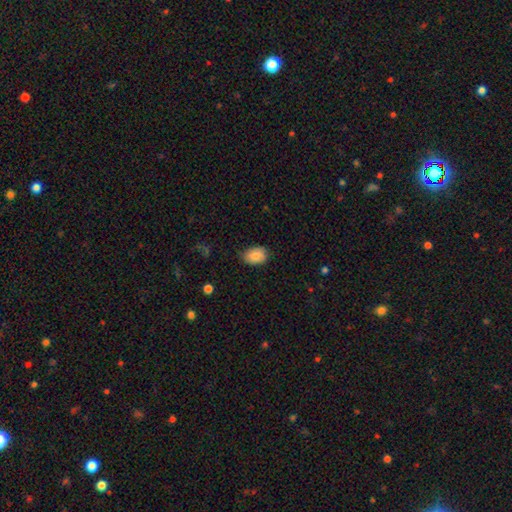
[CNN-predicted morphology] Q: Smooth or featured?
A: smooth (85%); runner-up: featured or disk (8%)
Q: How rounded?
A: in between (77%); runner-up: round (22%)
Q: Merging?
A: none (71%); runner-up: minor disturbance (24%)